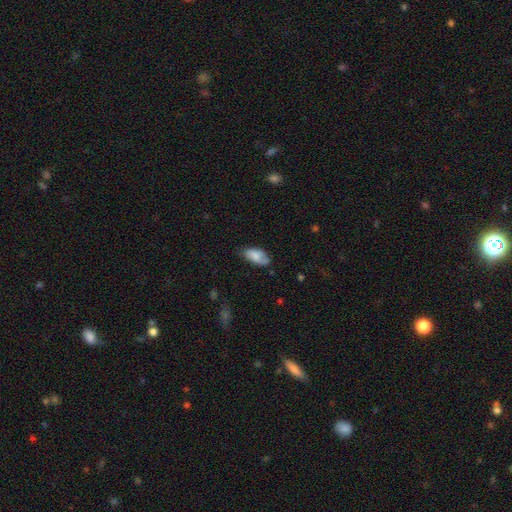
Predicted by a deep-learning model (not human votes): Smooth or featured? Predicted: smooth (p=0.77). How rounded? Predicted: in between (p=0.92). Merging? Predicted: none (p=0.62).